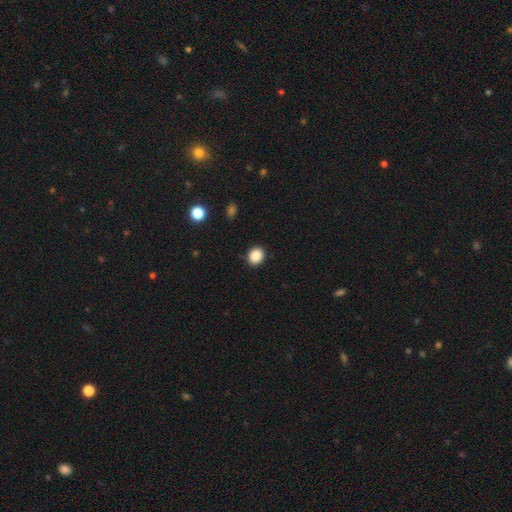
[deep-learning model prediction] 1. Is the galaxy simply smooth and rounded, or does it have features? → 88% smooth, 9% star or artifact, 3% featured or disk.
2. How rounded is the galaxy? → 68% round, 31% in between, 1% cigar-shaped.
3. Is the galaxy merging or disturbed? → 89% none, 7% minor disturbance, 2% major disturbance, 1% merger.